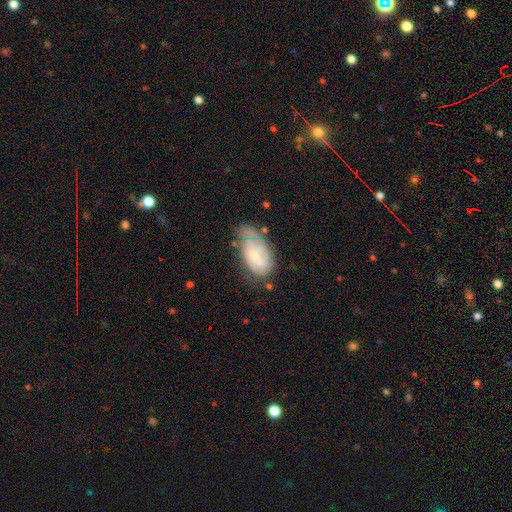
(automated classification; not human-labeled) smooth_or_featured: featured or disk (p=0.61) [alt: smooth p=0.32]
disk_edge_on: no (p=0.95) [alt: yes p=0.05]
bar: weak (p=0.47) [alt: no p=0.39]
has_spiral_arms: yes (p=0.78) [alt: no p=0.22]
bulge_size: small (p=0.60) [alt: moderate p=0.26]
merging: none (p=0.40) [alt: minor disturbance p=0.36]